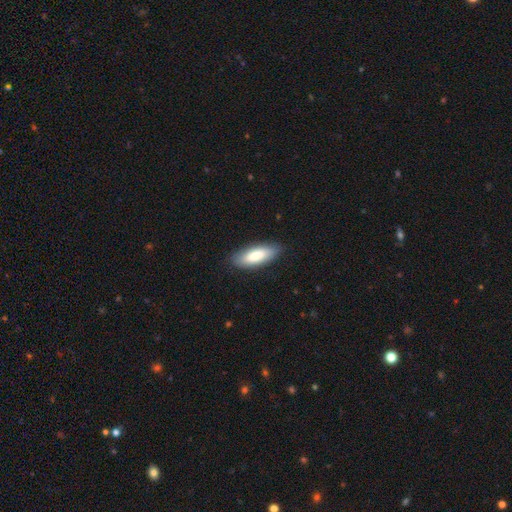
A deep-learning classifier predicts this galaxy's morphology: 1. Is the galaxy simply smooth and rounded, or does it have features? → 84% smooth, 11% featured or disk, 5% star or artifact.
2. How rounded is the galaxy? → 70% in between, 28% cigar-shaped, 2% round.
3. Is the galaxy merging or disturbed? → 86% none, 11% minor disturbance, 2% major disturbance, 1% merger.